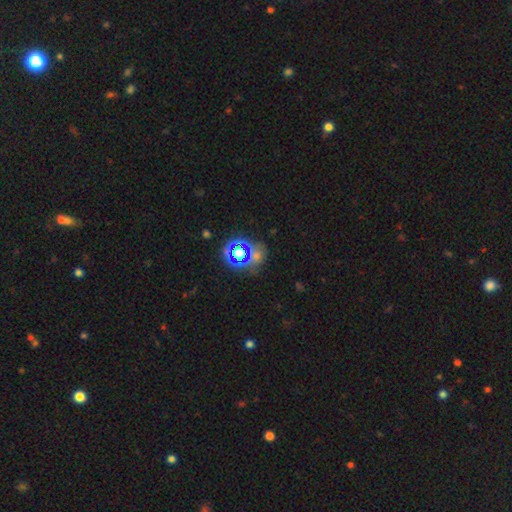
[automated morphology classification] star or artifact 59%, smooth 29%, featured or disk 12%.